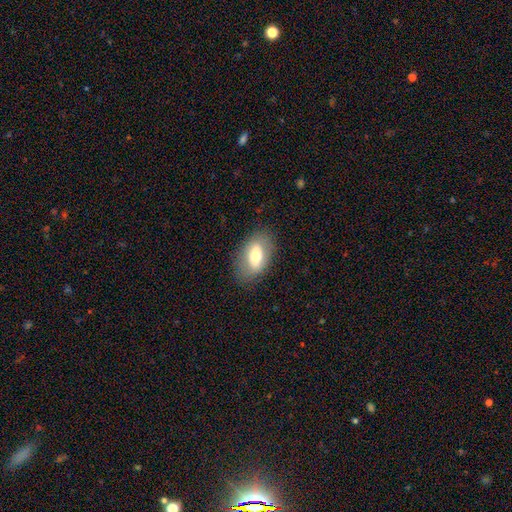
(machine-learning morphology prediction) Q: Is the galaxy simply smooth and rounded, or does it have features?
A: smooth — 64%.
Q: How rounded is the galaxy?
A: in between — 90%.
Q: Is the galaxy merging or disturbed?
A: none — 81%.